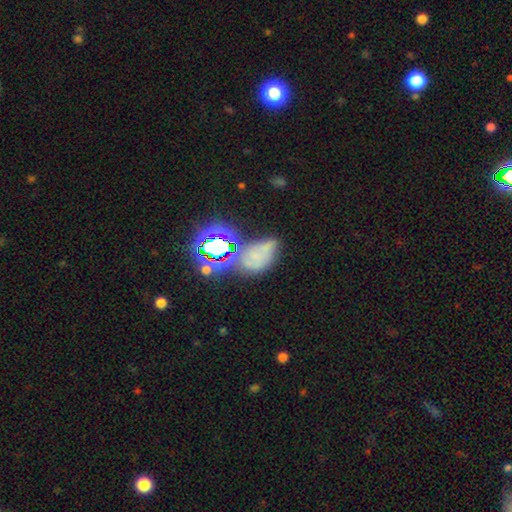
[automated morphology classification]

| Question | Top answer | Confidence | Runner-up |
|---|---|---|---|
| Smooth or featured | star or artifact | 44% | smooth (34%) |